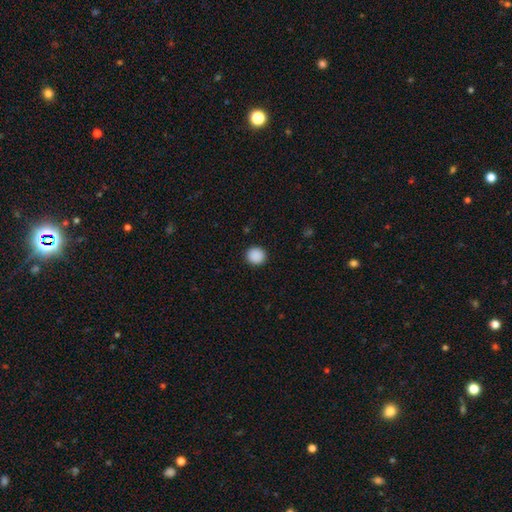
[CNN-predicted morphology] Smooth or featured: smooth — 89% (star or artifact — 9%)
How rounded: round — 92% (in between — 7%)
Merging: none — 92% (minor disturbance — 5%)